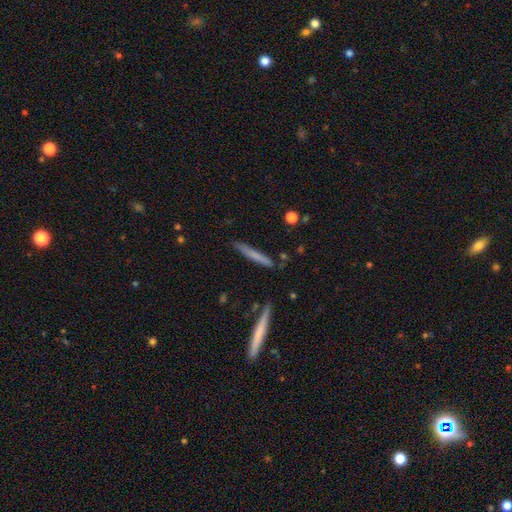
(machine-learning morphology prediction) Smooth or featured?
  - smooth: 61% *
  - featured or disk: 32%
  - star or artifact: 6%
How rounded?
  - cigar-shaped: 95% *
  - in between: 4%
  - round: 2%
Merging?
  - none: 83% *
  - minor disturbance: 12%
  - merger: 3%
  - major disturbance: 2%